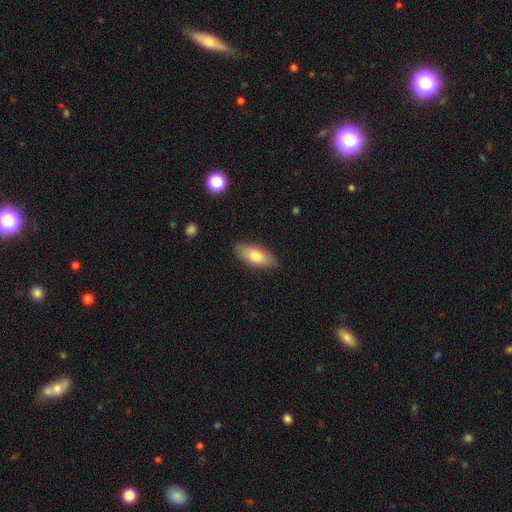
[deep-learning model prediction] Smooth or featured?
  - smooth: 75% *
  - featured or disk: 19%
  - star or artifact: 6%
How rounded?
  - in between: 80% *
  - cigar-shaped: 17%
  - round: 3%
Merging?
  - none: 86% *
  - minor disturbance: 11%
  - major disturbance: 2%
  - merger: 1%